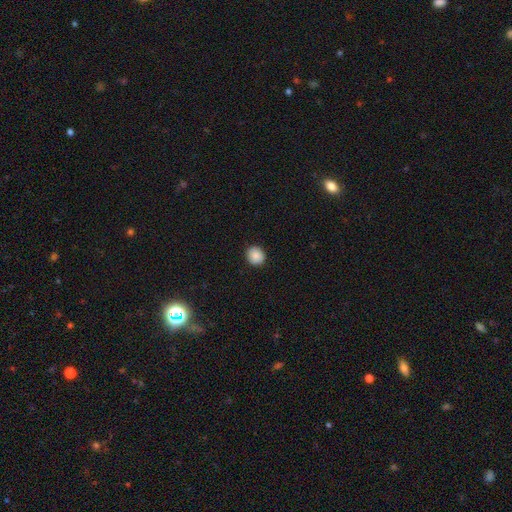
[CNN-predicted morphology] type=smooth (88%); roundness=round (84%); merging=none (91%).